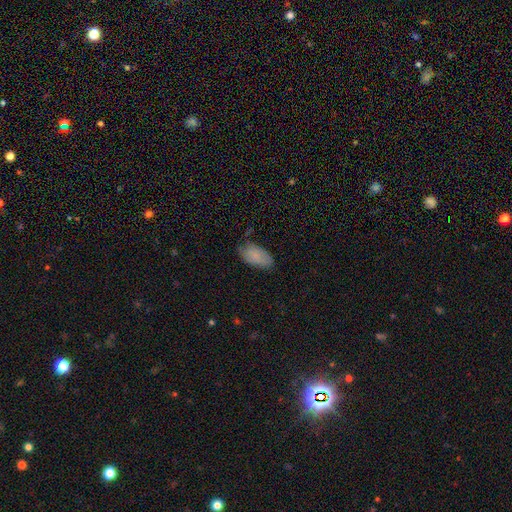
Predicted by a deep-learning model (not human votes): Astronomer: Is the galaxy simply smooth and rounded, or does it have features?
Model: smooth — 80%.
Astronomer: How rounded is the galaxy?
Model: in between — 94%.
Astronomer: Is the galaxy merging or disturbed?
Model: none — 64%.